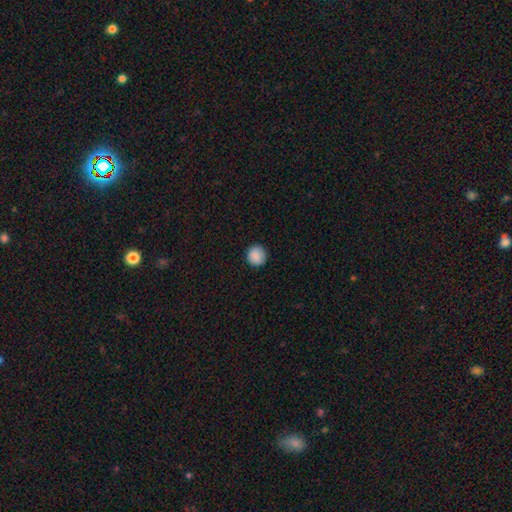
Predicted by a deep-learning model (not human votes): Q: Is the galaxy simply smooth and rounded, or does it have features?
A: smooth — 88%.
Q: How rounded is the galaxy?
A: round — 92%.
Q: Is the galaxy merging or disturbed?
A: none — 90%.